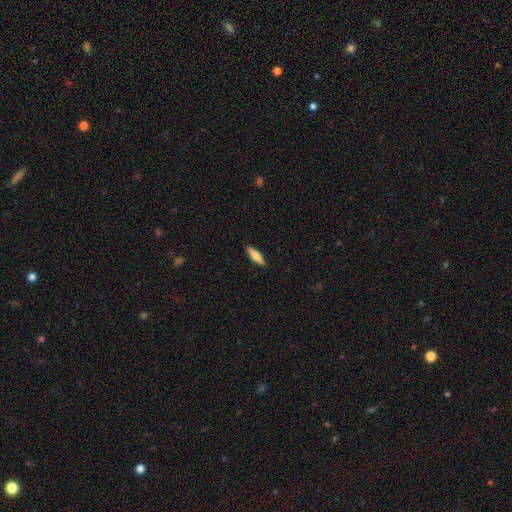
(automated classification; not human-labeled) The model was most divided on "smooth or featured": smooth: 60%, featured or disk: 34%, star or artifact: 6%. More confident: merging — none (90%); how rounded — cigar-shaped (65%).